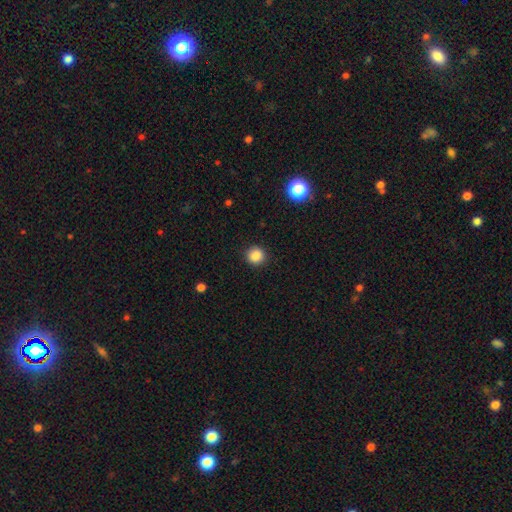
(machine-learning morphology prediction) type=smooth (86%); roundness=round (92%); merging=none (91%).